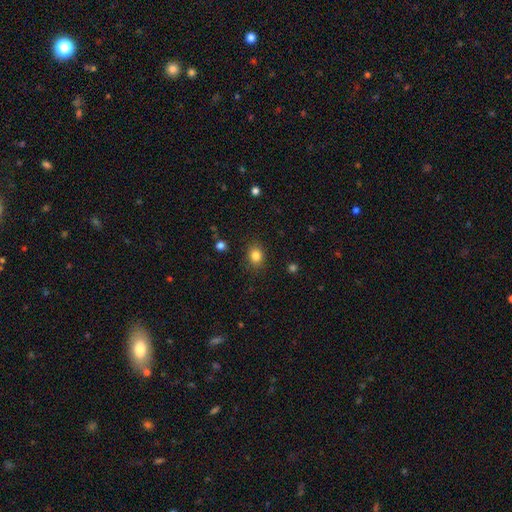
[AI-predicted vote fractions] Smooth or featured? Predicted: smooth (p=0.84). How rounded? Predicted: round (p=0.53). Merging? Predicted: none (p=0.87).